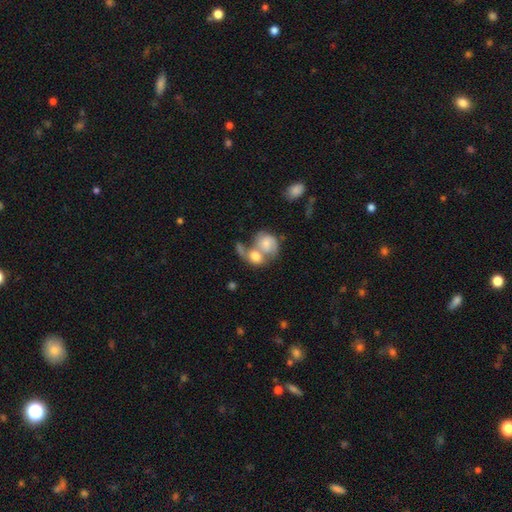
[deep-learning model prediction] Smooth or featured: smooth — 54% (featured or disk — 38%)
How rounded: round — 49% (tied with in between — 49%)
Merging: merger — 71% (none — 15%)